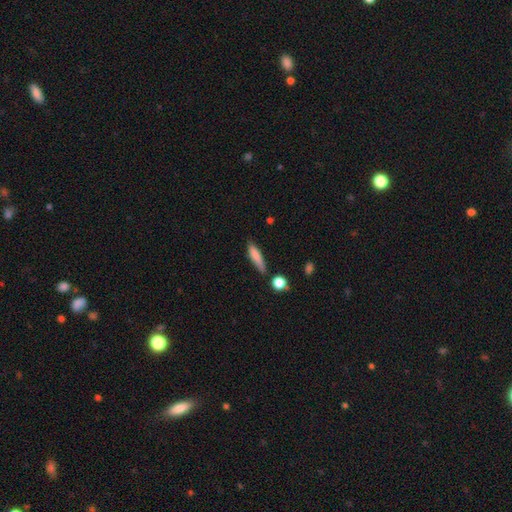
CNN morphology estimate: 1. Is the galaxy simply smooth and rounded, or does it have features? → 78% smooth, 14% featured or disk, 8% star or artifact.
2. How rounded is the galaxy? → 74% cigar-shaped, 24% in between, 3% round.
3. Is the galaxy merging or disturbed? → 66% none, 23% minor disturbance, 5% merger, 5% major disturbance.